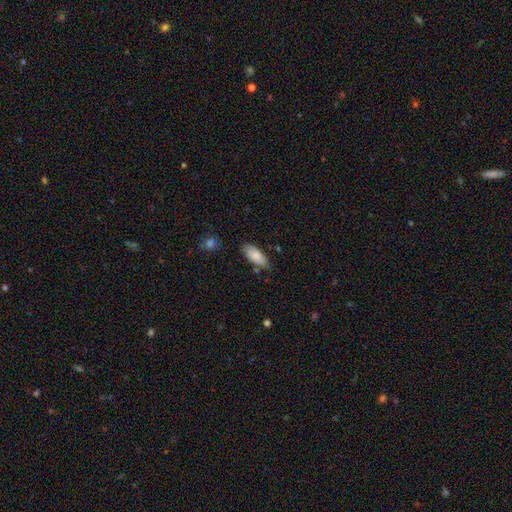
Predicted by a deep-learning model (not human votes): Smooth or featured? smooth (83%)
How rounded? in between (85%)
Merging? none (74%)